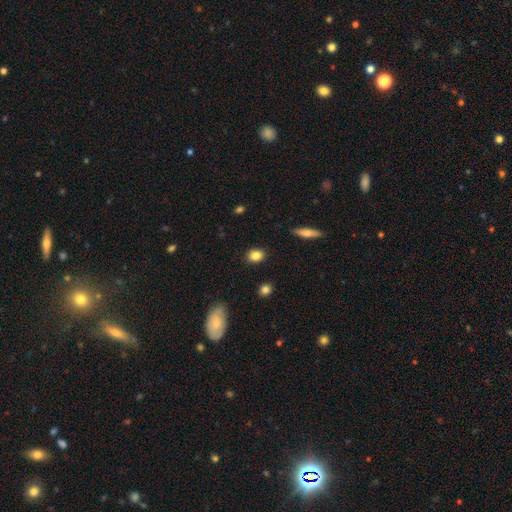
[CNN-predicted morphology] smooth-or-featured: smooth: 84% | star or artifact: 9% | featured or disk: 7%
  how-rounded: round: 50% | in between: 48% | cigar-shaped: 2%
  merging: none: 89% | minor disturbance: 8% | major disturbance: 2% | merger: 1%